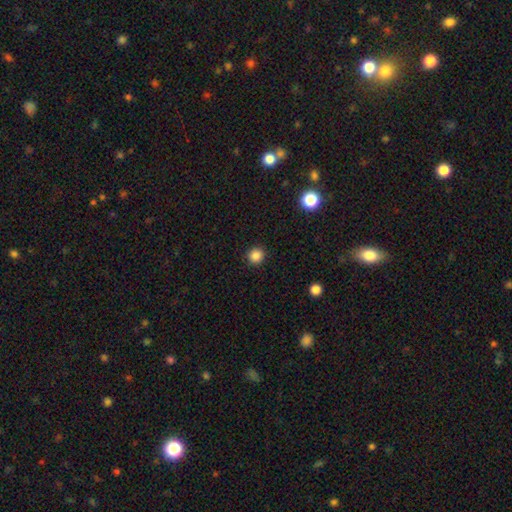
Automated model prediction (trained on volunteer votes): smooth 85%, star or artifact 11%, featured or disk 3%. Down the decision tree: how rounded — round (92%); merging — none (92%).